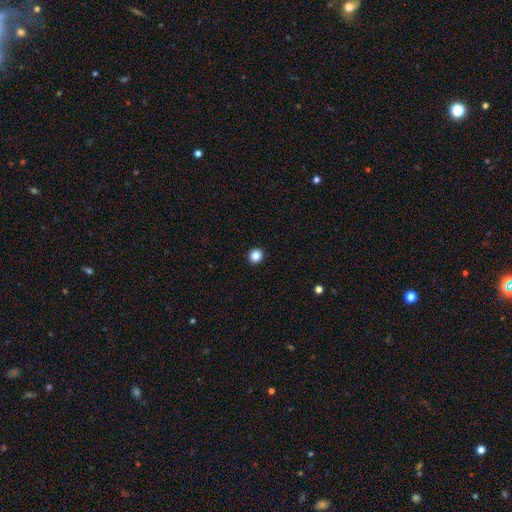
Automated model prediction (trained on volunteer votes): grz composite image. It shows a smooth galaxy with no disk features (86%) that is round (90%). Merging: none (93%).